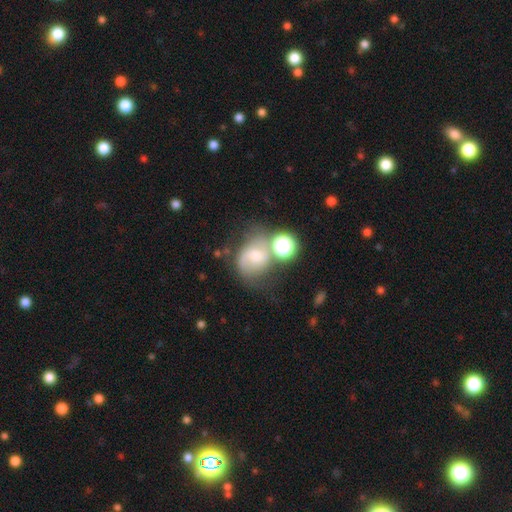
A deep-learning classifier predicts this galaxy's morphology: This appears to be a featured or disk galaxy (47%). Merging: none (42%).